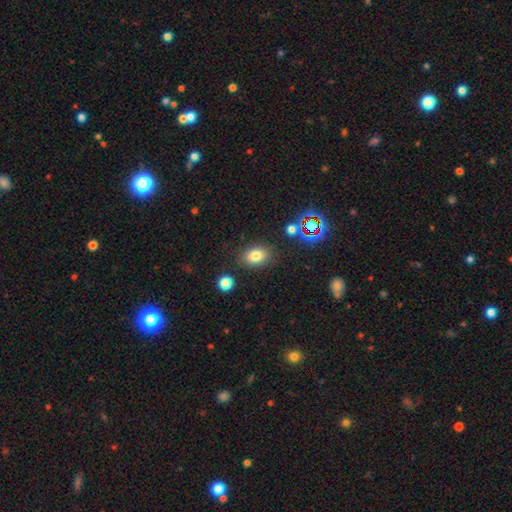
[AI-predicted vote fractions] A smooth galaxy with no disk features (78%) that is in between round and cigar-shaped (74%). Merging: none (83%).